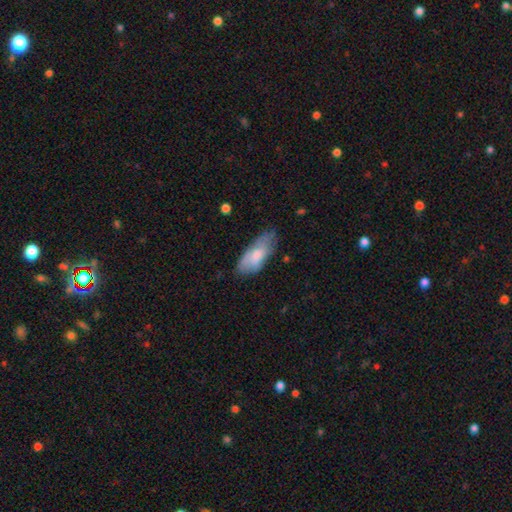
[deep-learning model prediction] smooth_or_featured: smooth (p=0.73) [alt: featured or disk p=0.21]
how_rounded: in between (p=0.83) [alt: cigar-shaped p=0.15]
merging: none (p=0.56) [alt: minor disturbance p=0.33]